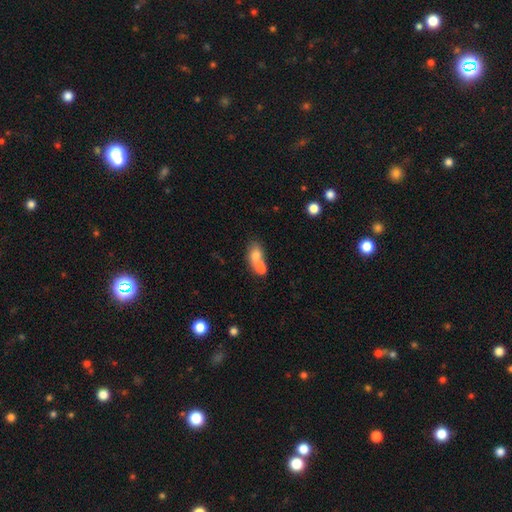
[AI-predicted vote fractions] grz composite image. It shows a smooth galaxy with no disk features (64%) that is in between round and cigar-shaped (69%). Merging: merger (60%).